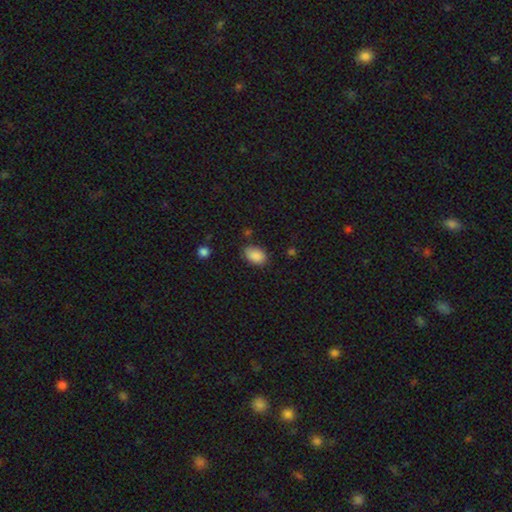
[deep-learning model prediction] The model was most divided on "merging": none: 77%, minor disturbance: 17%, major disturbance: 4%, merger: 2%. More confident: smooth or featured — smooth (88%); how rounded — in between (88%).